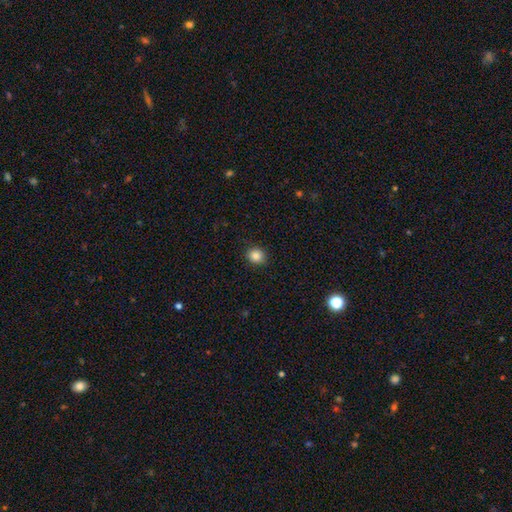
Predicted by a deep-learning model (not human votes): This is clearly a smooth galaxy (85%). How rounded: likely round (78%). Merging: clearly none (89%).